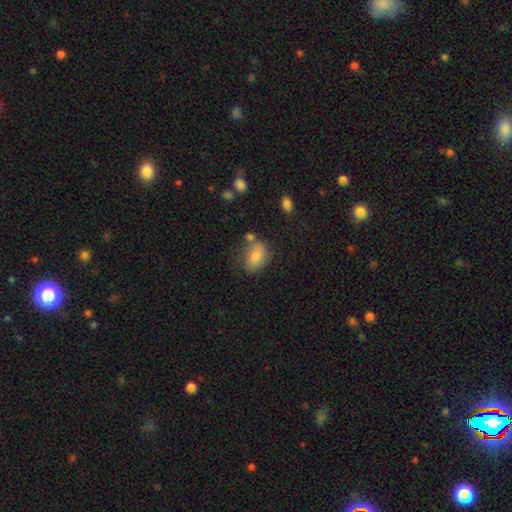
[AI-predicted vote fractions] This appears to be a smooth galaxy with no disk features (78%) that is in between round and cigar-shaped (83%). Merging: none (61%).